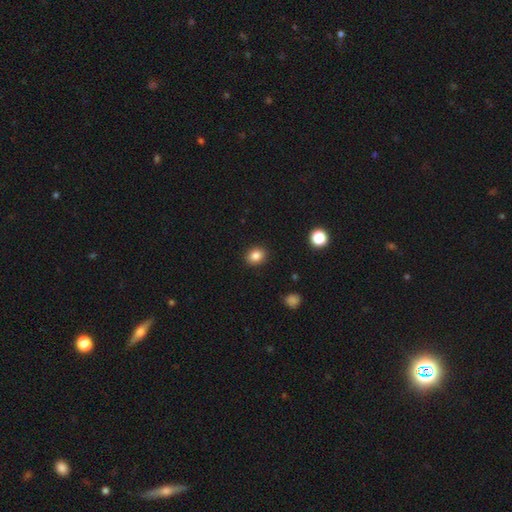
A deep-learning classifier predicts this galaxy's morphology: smooth 84%, star or artifact 11%, featured or disk 5%. Down the decision tree: how rounded — round (62%); merging — none (90%).